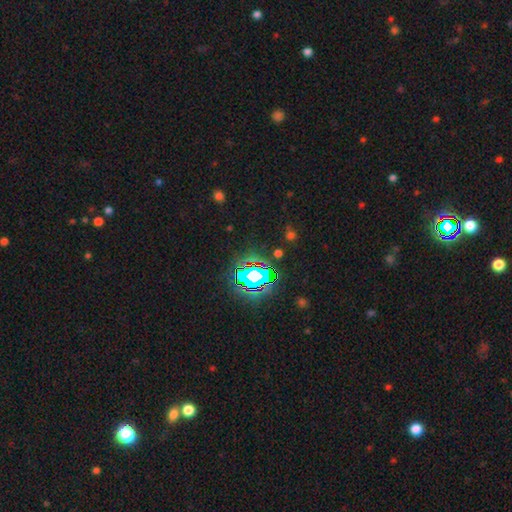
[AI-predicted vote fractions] Overall: star or artifact (82%).